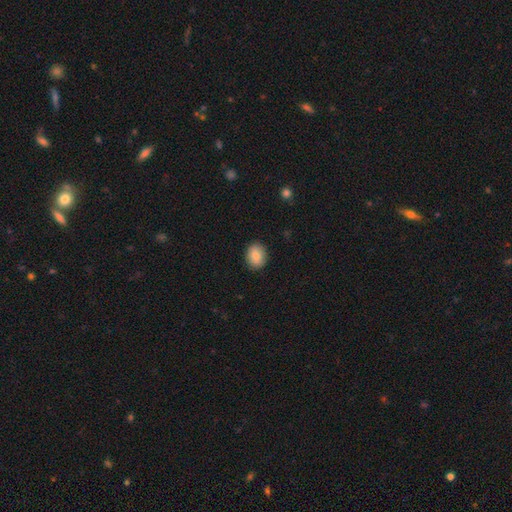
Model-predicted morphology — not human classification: A smooth galaxy with no disk features (86%) that is in between round and cigar-shaped (58%).

Vote fractions:
- Smooth or featured? smooth: 86% / star or artifact: 7% / featured or disk: 7%
- How rounded? in between: 58% / round: 41% / cigar-shaped: 1%
- Merging? none: 88% / minor disturbance: 9% / major disturbance: 2% / merger: 1%